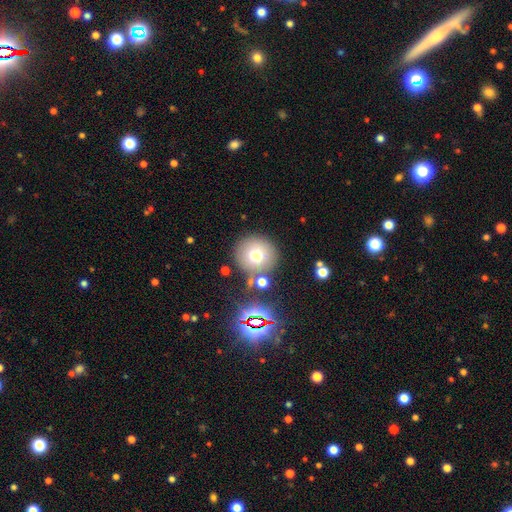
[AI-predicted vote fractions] Morphology: type=smooth (70%); roundness=round (93%); merging=none (79%).